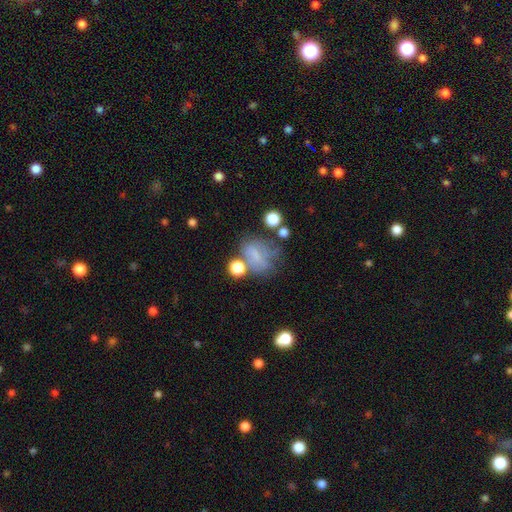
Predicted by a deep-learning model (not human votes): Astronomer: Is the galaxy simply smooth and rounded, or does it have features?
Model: smooth — 49% (runner-up: featured or disk, 33%).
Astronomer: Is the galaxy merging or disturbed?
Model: none — 39% (runner-up: major disturbance, 24%).